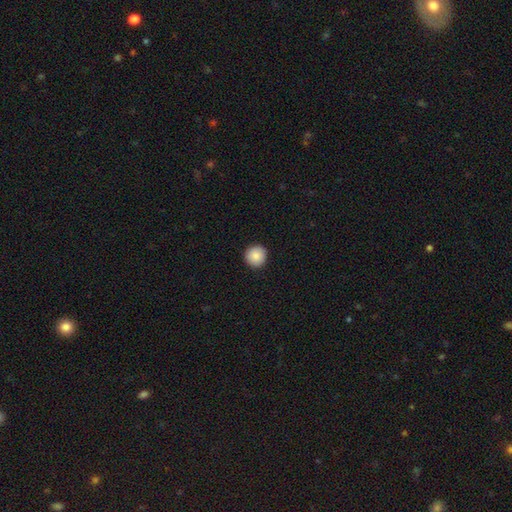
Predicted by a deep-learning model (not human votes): Smooth or featured? smooth (87%)
How rounded? round (95%)
Merging? none (93%)